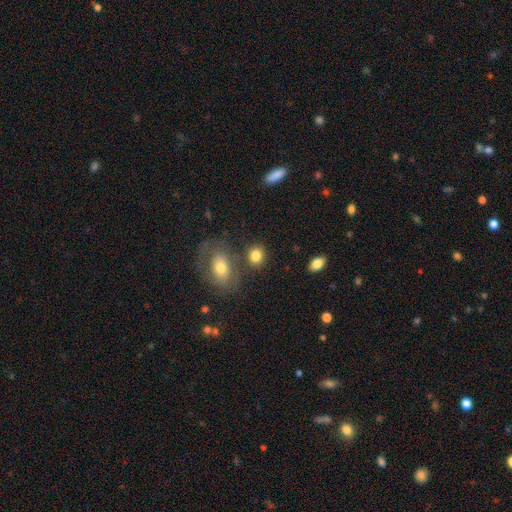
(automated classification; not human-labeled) smooth_or_featured: smooth (p=0.82) [alt: star or artifact p=0.09]
how_rounded: round (p=0.68) [alt: in between p=0.31]
merging: none (p=0.72) [alt: merger p=0.13]